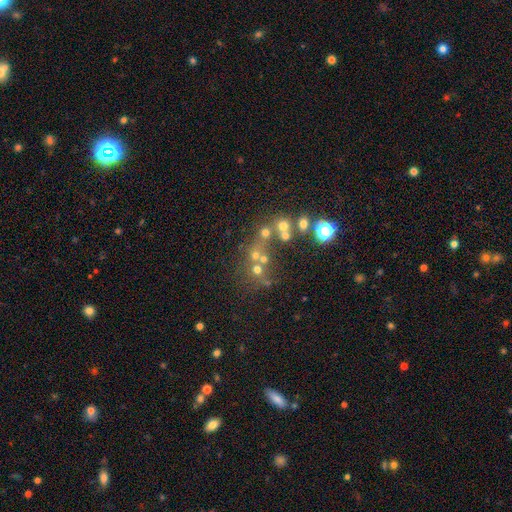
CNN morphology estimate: This is marginally a star or artifact rather than a galaxy (39%).